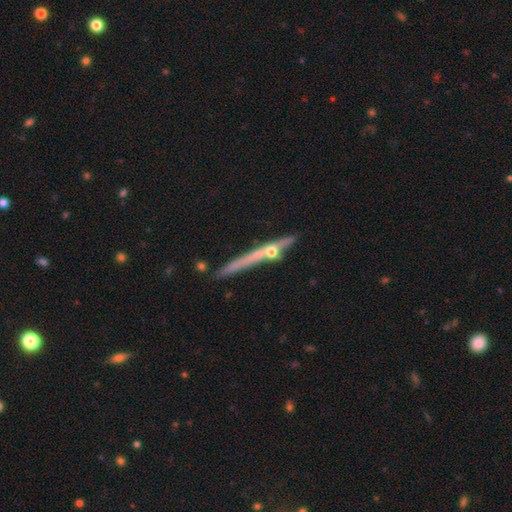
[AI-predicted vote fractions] Overall: featured or disk (67%). Edge-on disk: yes (96%). Edge-on bulge: rounded (63%; none 32%). Merging: none (75%).